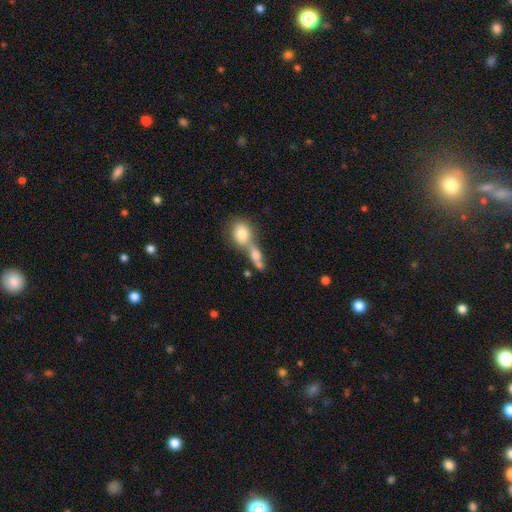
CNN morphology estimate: Q: Smooth or featured?
A: smooth (71%); runner-up: featured or disk (19%)
Q: How rounded?
A: in between (57%); runner-up: round (29%)
Q: Merging?
A: merger (66%); runner-up: none (22%)